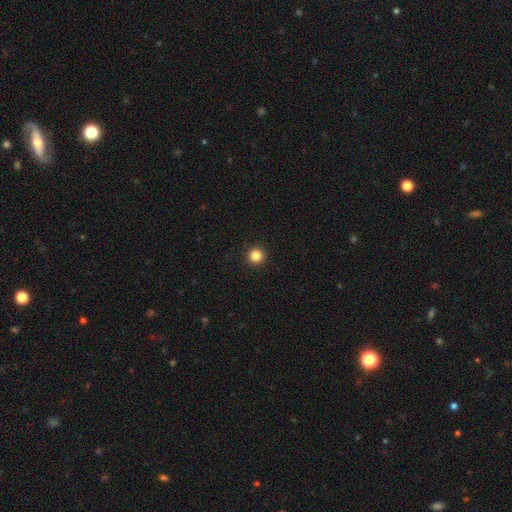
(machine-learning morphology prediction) Smooth or featured: smooth — 84% (star or artifact — 12%)
How rounded: round — 96% (in between — 3%)
Merging: none — 94% (minor disturbance — 4%)